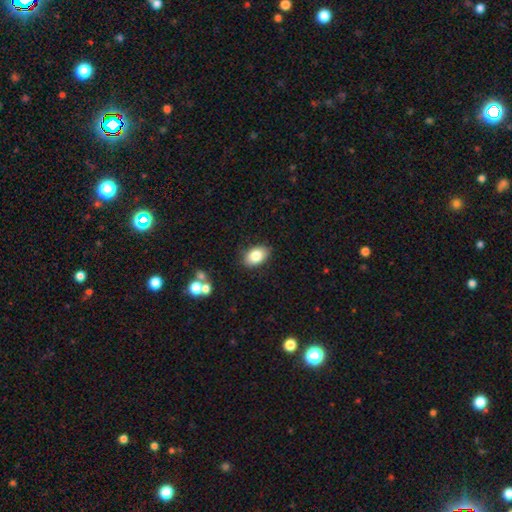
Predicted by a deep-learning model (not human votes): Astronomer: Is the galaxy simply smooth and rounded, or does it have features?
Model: smooth — 82%.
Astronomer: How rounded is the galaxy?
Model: in between — 86%.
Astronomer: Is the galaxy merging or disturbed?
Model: none — 85%.